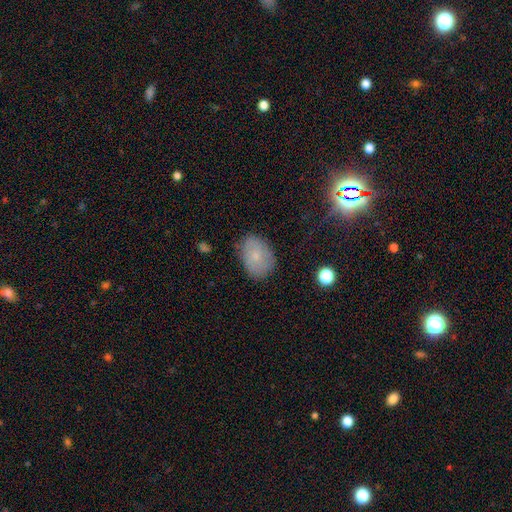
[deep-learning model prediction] Smooth or featured? smooth (70%)
How rounded? in between (81%)
Merging? none (78%)